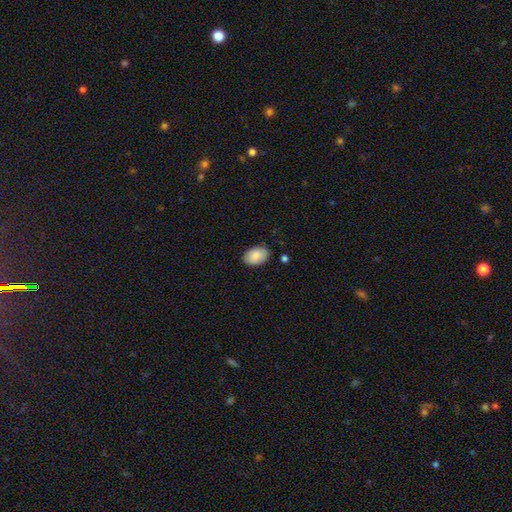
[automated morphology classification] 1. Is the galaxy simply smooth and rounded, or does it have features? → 86% smooth, 7% featured or disk, 6% star or artifact.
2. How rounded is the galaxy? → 88% in between, 11% round, 1% cigar-shaped.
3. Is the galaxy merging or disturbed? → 84% none, 12% minor disturbance, 2% major disturbance, 2% merger.